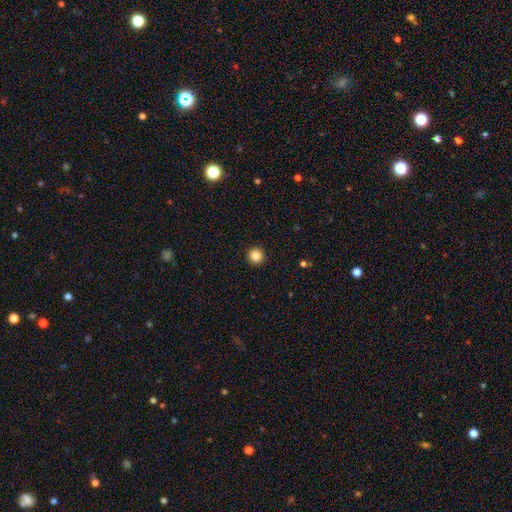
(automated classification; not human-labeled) Overall: smooth (85%). How rounded: round (96%). Merging: none (94%).